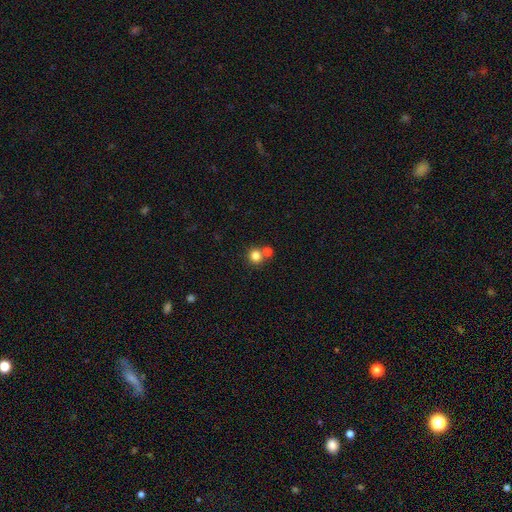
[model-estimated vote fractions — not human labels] A smooth galaxy with no disk features (82%) that is round (90%).

Vote fractions:
- Smooth or featured? smooth: 82% / star or artifact: 11% / featured or disk: 7%
- How rounded? round: 90% / in between: 9% / cigar-shaped: 1%
- Merging? none: 57% / merger: 34% / minor disturbance: 6% / major disturbance: 3%